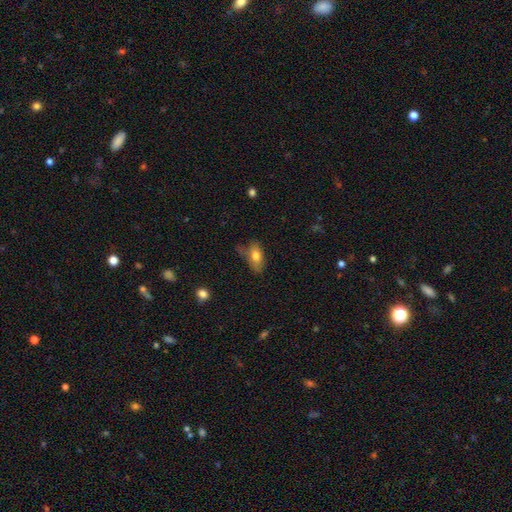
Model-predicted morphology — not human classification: Overall: smooth (75%). How rounded: in between (88%). Merging: none (49%; minor disturbance 34%).